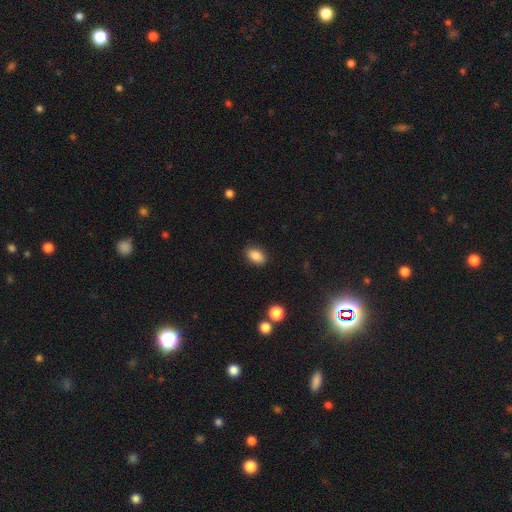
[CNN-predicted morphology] This appears to be a smooth galaxy with no disk features (86%) that is in between round and cigar-shaped (86%). Merging: none (87%).